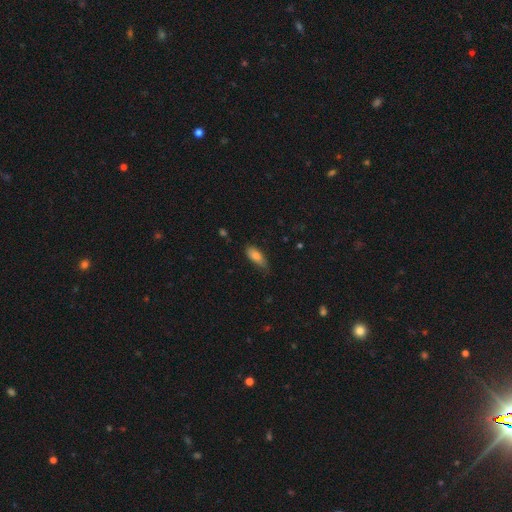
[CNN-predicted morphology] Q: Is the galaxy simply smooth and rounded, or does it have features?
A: smooth — 78%.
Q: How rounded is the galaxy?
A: in between — 77%.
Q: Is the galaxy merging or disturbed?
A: none — 63%.